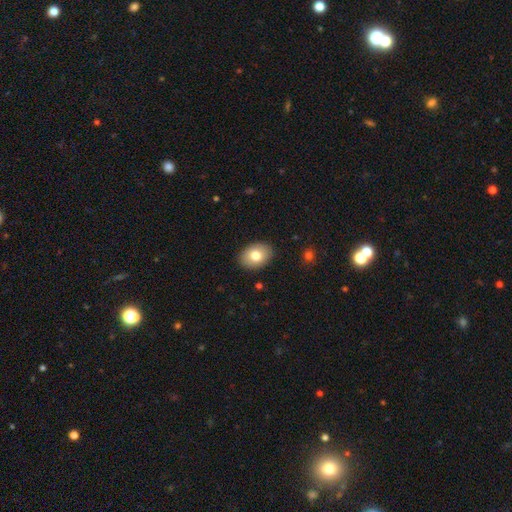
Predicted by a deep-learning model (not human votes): Morphology: type=smooth (79%); roundness=in between (79%); merging=none (89%).